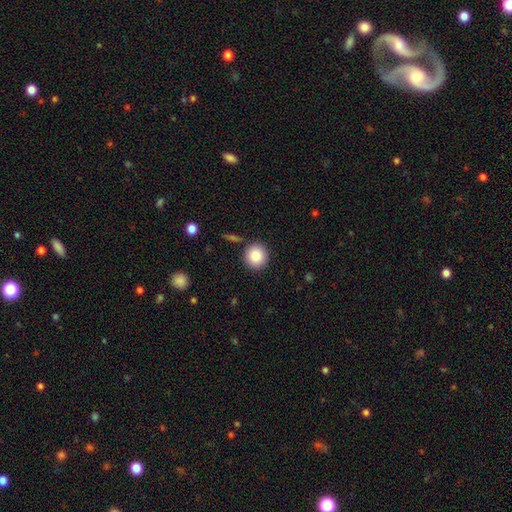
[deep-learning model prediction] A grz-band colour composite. It shows a smooth galaxy with no disk features (87%) that is round (92%). Merging: none (87%).